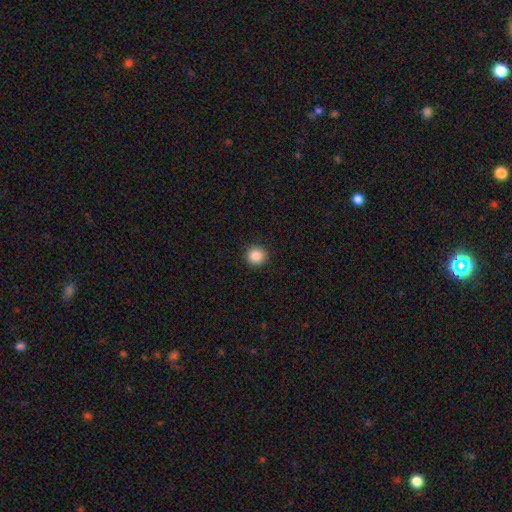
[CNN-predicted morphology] A smooth galaxy with no disk features (88%) that is round (93%). Merging: none (92%).